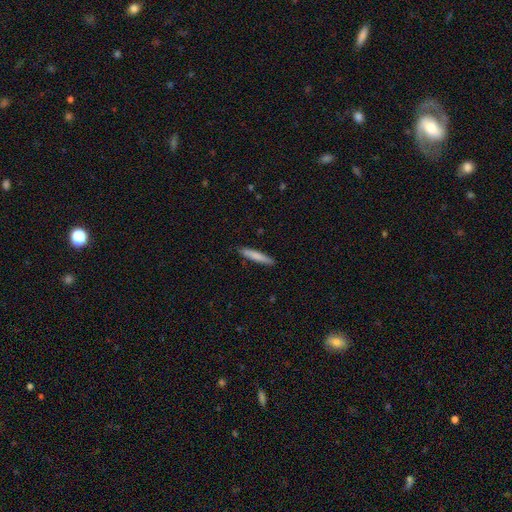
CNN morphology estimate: smooth-or-featured: smooth: 77% | featured or disk: 17% | star or artifact: 6%
  how-rounded: cigar-shaped: 93% | in between: 6% | round: 1%
  merging: none: 87% | minor disturbance: 10% | major disturbance: 2% | merger: 1%